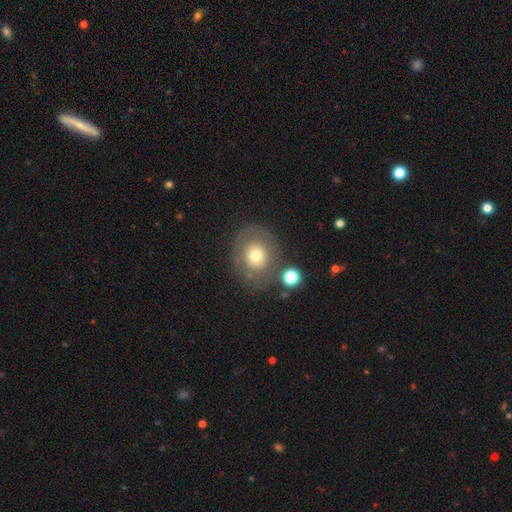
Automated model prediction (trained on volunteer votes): A smooth galaxy with no disk features (63%) that is round (69%).

Vote fractions:
- Smooth or featured? smooth: 63% / featured or disk: 27% / star or artifact: 10%
- How rounded? round: 69% / in between: 30% / cigar-shaped: 1%
- Merging? none: 73% / minor disturbance: 13% / merger: 7% / major disturbance: 7%